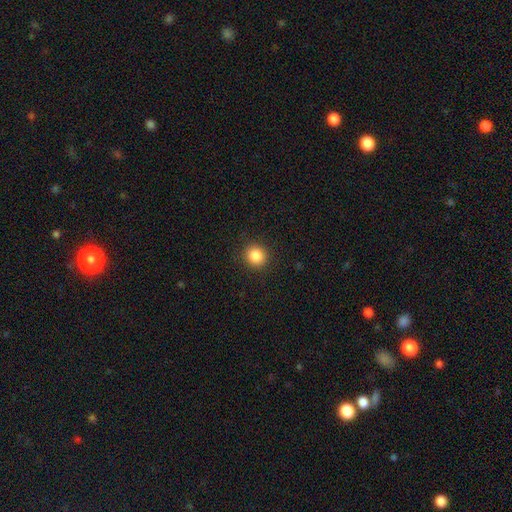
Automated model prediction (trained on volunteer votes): Smooth or featured: smooth — 85% (star or artifact — 10%)
How rounded: round — 88% (in between — 11%)
Merging: none — 91% (minor disturbance — 6%)